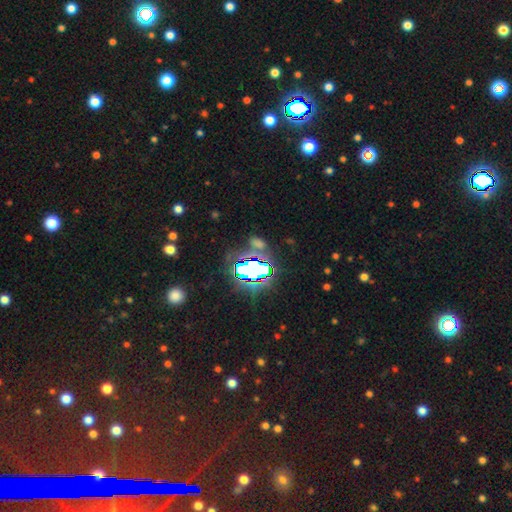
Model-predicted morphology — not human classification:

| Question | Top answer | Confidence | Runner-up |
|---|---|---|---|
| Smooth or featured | star or artifact | 81% | smooth (12%) |